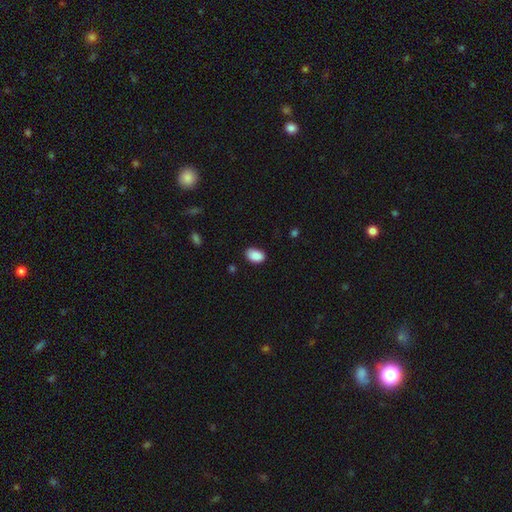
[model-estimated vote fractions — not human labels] Morphology: type=smooth (89%); roundness=in between (89%); merging=none (81%).